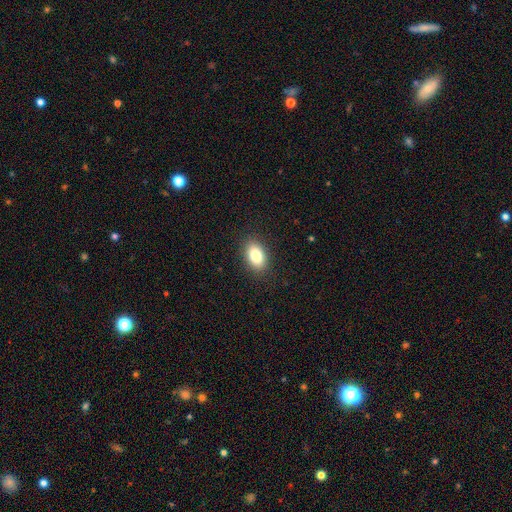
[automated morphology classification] Q: Smooth or featured?
A: smooth (83%); runner-up: featured or disk (9%)
Q: How rounded?
A: in between (88%); runner-up: round (10%)
Q: Merging?
A: none (88%); runner-up: minor disturbance (8%)